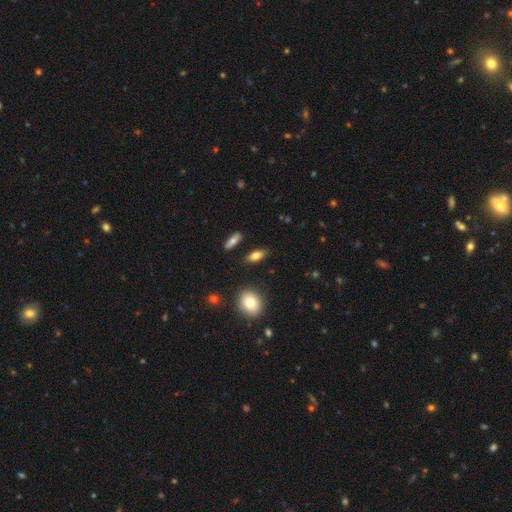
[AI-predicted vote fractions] smooth_or_featured: smooth (p=0.76) [alt: featured or disk p=0.16]
how_rounded: in between (p=0.76) [alt: cigar-shaped p=0.19]
merging: none (p=0.85) [alt: minor disturbance p=0.10]